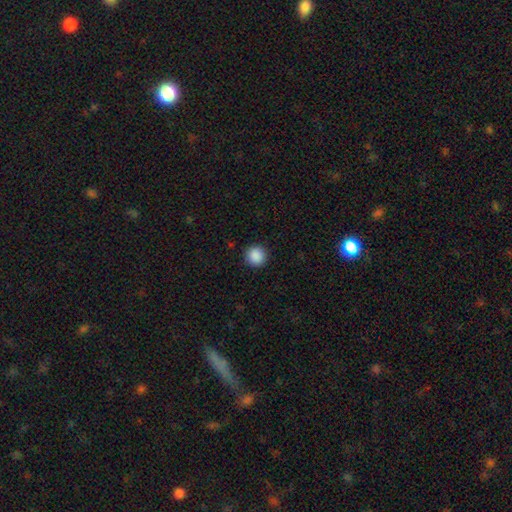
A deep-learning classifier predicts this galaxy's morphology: A smooth galaxy with no disk features (89%) that is round (95%). Merging: none (92%).